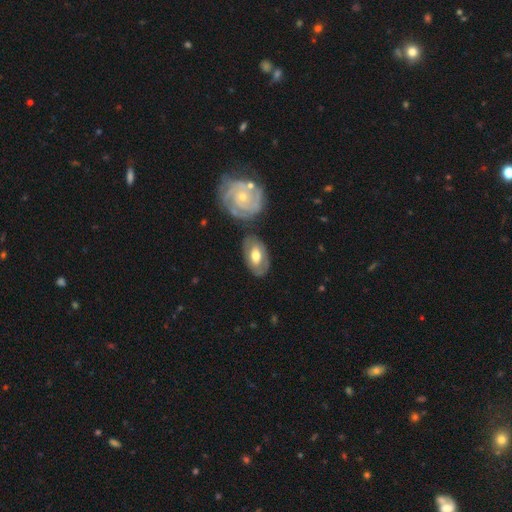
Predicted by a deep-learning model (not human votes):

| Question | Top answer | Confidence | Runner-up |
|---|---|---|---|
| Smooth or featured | featured or disk | 55% | smooth (41%) |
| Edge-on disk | no | 91% | yes (9%) |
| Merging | none | 71% | minor disturbance (15%) |